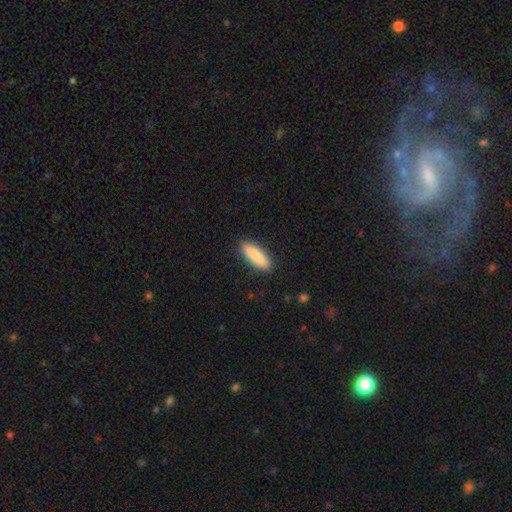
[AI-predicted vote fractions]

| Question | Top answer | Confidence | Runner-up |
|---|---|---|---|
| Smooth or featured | smooth | 88% | featured or disk (6%) |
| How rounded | cigar-shaped | 52% | in between (46%) |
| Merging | none | 89% | minor disturbance (8%) |